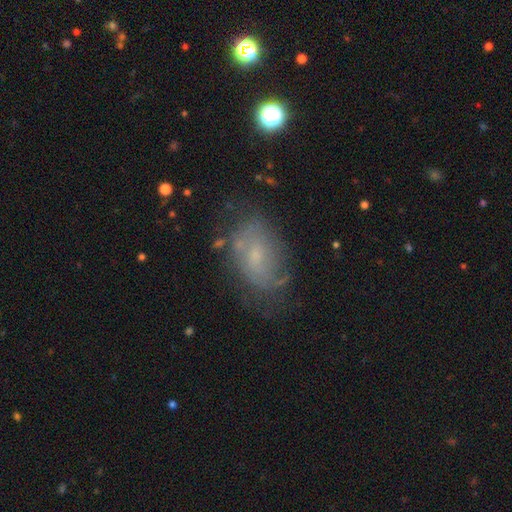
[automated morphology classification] This appears to be a featured or disk galaxy (55%) with no bar (61%), spiral arms (73%) and a small central bulge (54%). Merging: none (62%).